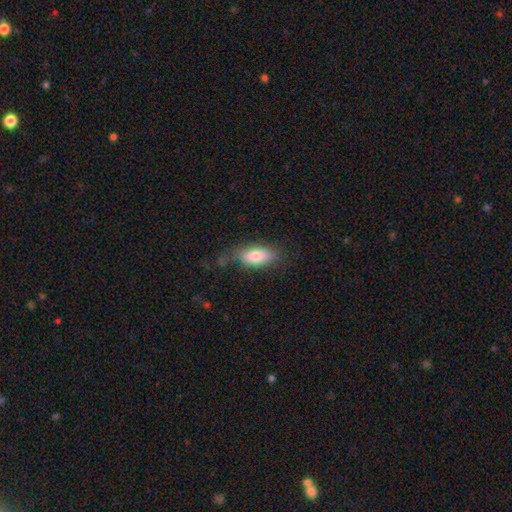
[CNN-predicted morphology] Q: Smooth or featured?
A: smooth (80%); runner-up: featured or disk (13%)
Q: How rounded?
A: in between (86%); runner-up: cigar-shaped (11%)
Q: Merging?
A: none (66%); runner-up: minor disturbance (22%)